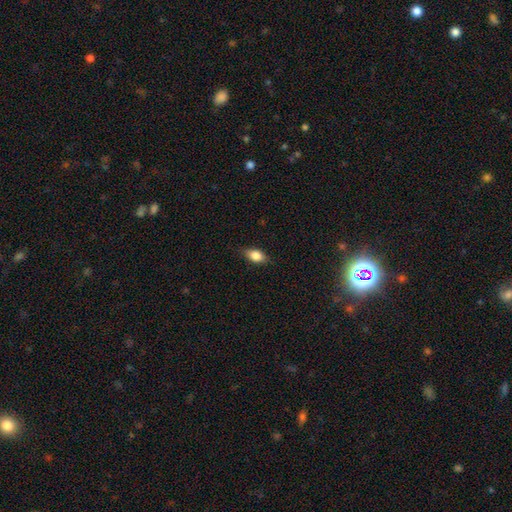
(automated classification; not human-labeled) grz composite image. It shows a smooth galaxy with no disk features (82%) that is in between round and cigar-shaped (84%). Merging: none (81%).